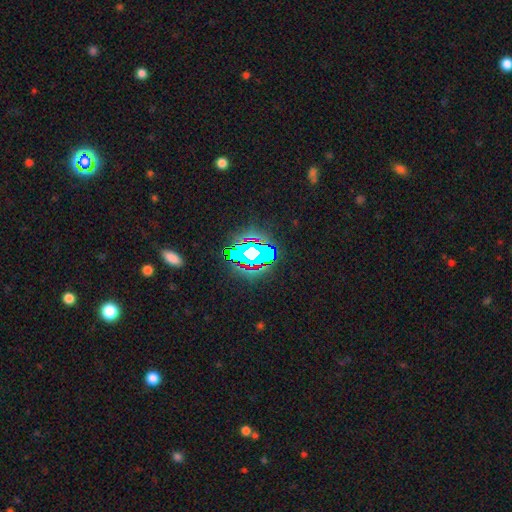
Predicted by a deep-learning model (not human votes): The model was most divided on "smooth or featured": star or artifact: 74%, smooth: 15%, featured or disk: 12%.